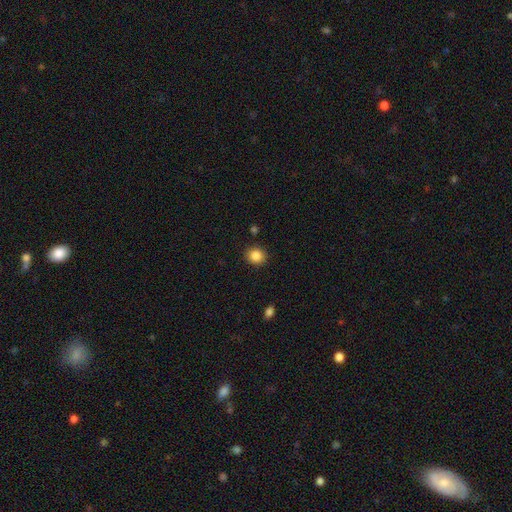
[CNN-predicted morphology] The model was most divided on "how rounded": round: 79%, in between: 20%, cigar-shaped: 1%. More confident: merging — none (89%); smooth or featured — smooth (86%).